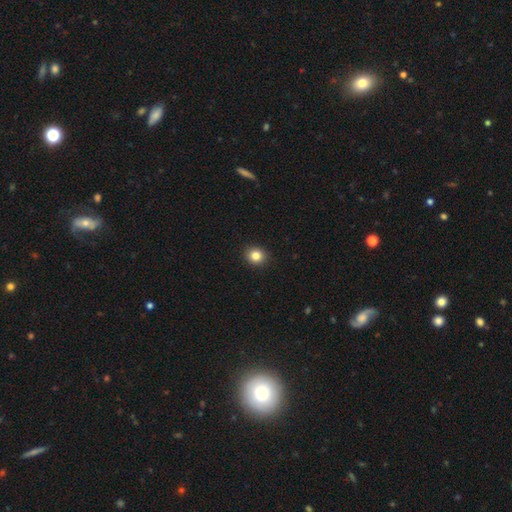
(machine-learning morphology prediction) smooth_or_featured: smooth (p=0.84) [alt: star or artifact p=0.11]
how_rounded: round (p=0.80) [alt: in between p=0.19]
merging: none (p=0.92) [alt: minor disturbance p=0.05]